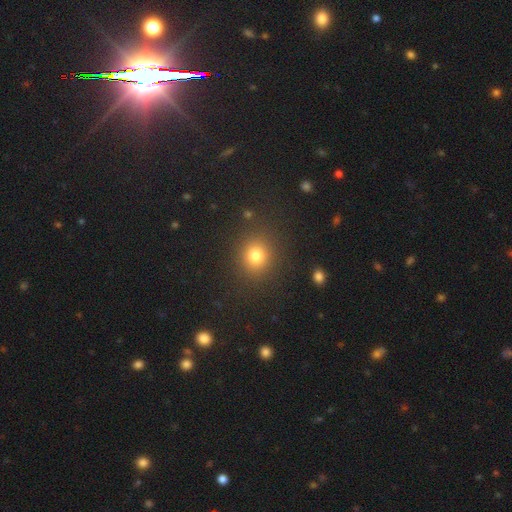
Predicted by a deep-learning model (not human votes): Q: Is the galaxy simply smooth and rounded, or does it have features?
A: smooth — 79%.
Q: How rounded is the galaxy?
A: round — 81%.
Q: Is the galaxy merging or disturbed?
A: none — 87%.